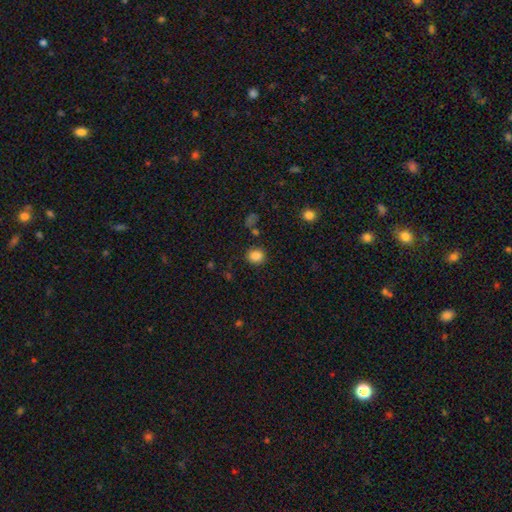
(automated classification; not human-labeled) Smooth or featured? Predicted: smooth (p=0.85). How rounded? Predicted: round (p=0.81). Merging? Predicted: none (p=0.86).